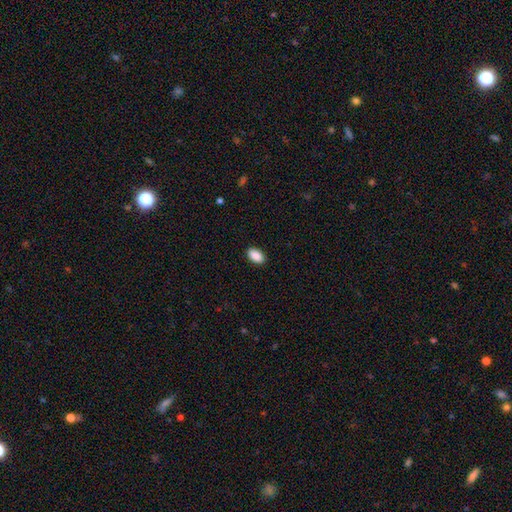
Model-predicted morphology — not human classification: A smooth galaxy with no disk features (90%) that is in between round and cigar-shaped (93%).

Vote fractions:
- Smooth or featured? smooth: 90% / star or artifact: 7% / featured or disk: 3%
- How rounded? in between: 93% / round: 5% / cigar-shaped: 2%
- Merging? none: 90% / minor disturbance: 7% / major disturbance: 2% / merger: 1%